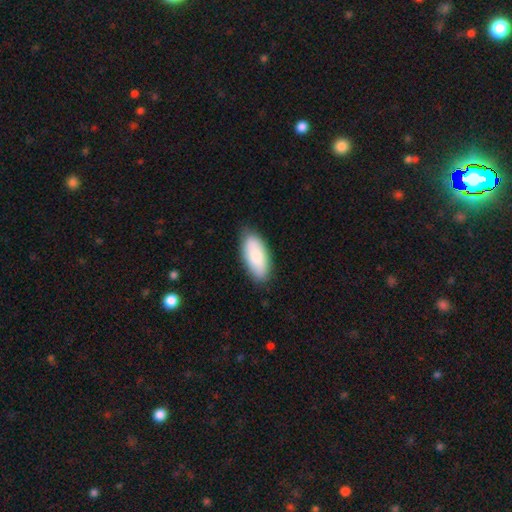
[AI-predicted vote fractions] smooth-or-featured: smooth: 80% | featured or disk: 15% | star or artifact: 5%
  how-rounded: in between: 89% | cigar-shaped: 9% | round: 2%
  merging: none: 83% | minor disturbance: 14% | major disturbance: 2% | merger: 1%